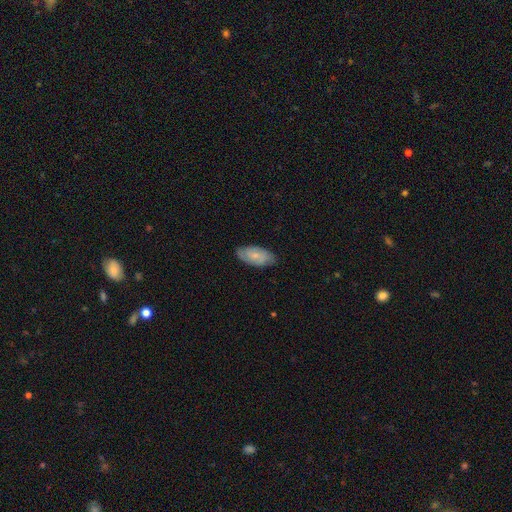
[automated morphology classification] A smooth galaxy with no disk features (53%) that is in between round and cigar-shaped (92%). Merging: none (79%).